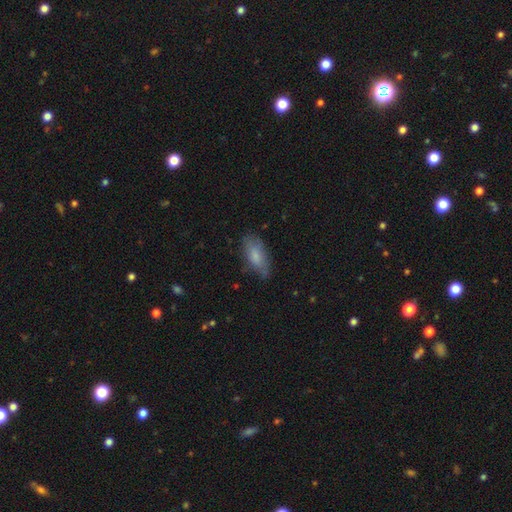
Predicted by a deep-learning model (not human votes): smooth_or_featured: smooth (p=0.77) [alt: featured or disk p=0.17]
how_rounded: in between (p=0.84) [alt: cigar-shaped p=0.13]
merging: none (p=0.68) [alt: minor disturbance p=0.25]